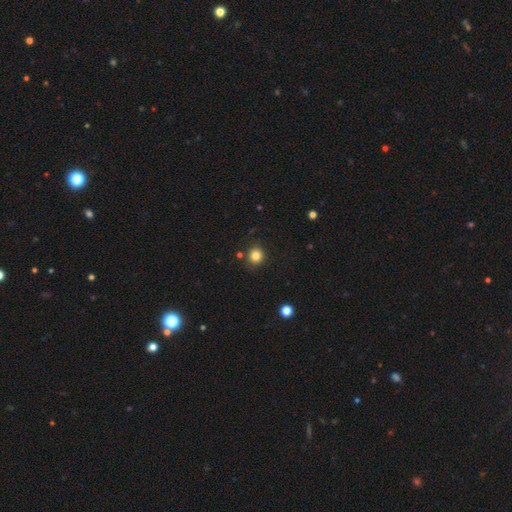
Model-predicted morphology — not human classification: Smooth or featured? Predicted: smooth (p=0.83). How rounded? Predicted: round (p=0.87). Merging? Predicted: none (p=0.85).